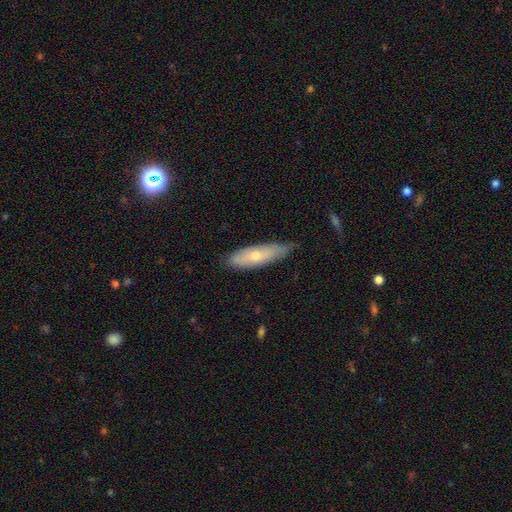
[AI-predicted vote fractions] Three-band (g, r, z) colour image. It shows a smooth galaxy with no disk features (59%) that is cigar-shaped (58%). Merging: none (67%).